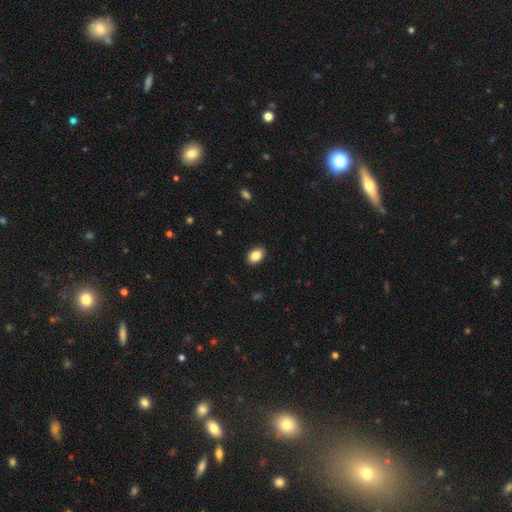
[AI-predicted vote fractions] The model was most divided on "how rounded": in between: 84%, round: 15%, cigar-shaped: 1%. More confident: merging — none (90%); smooth or featured — smooth (87%).